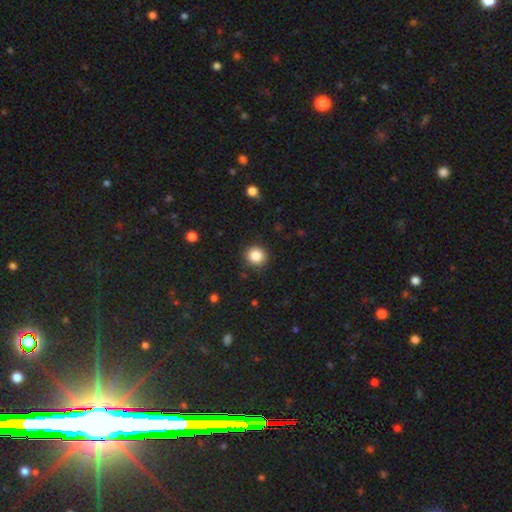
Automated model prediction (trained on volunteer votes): Morphology: type=smooth (86%); roundness=round (89%); merging=none (90%).